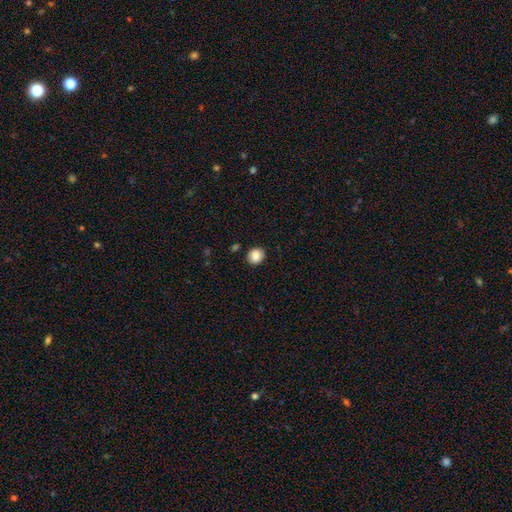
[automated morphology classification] A smooth galaxy with no disk features (87%) that is round (77%). Merging: none (90%).